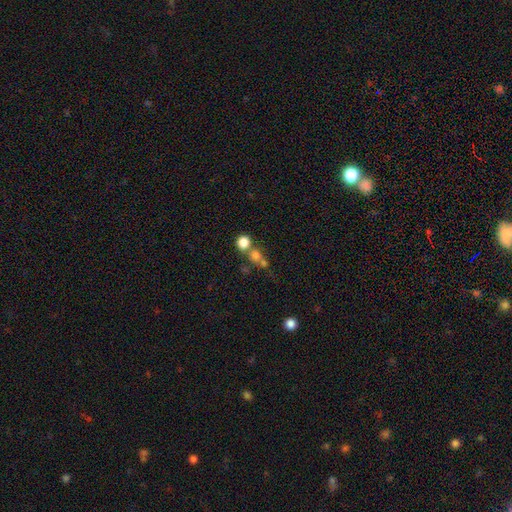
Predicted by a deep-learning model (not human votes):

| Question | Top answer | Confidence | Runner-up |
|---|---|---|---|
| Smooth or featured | smooth | 69% | star or artifact (18%) |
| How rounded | round | 86% | in between (12%) |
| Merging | none | 47% | merger (41%) |